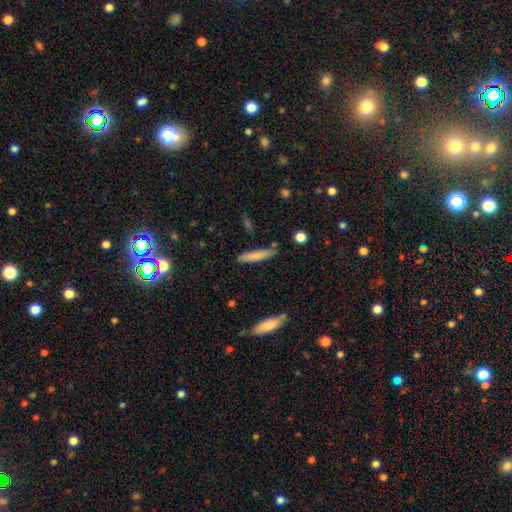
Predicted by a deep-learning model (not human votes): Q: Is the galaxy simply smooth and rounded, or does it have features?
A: smooth — 79%.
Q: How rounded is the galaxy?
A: cigar-shaped — 87%.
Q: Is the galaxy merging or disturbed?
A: none — 83%.